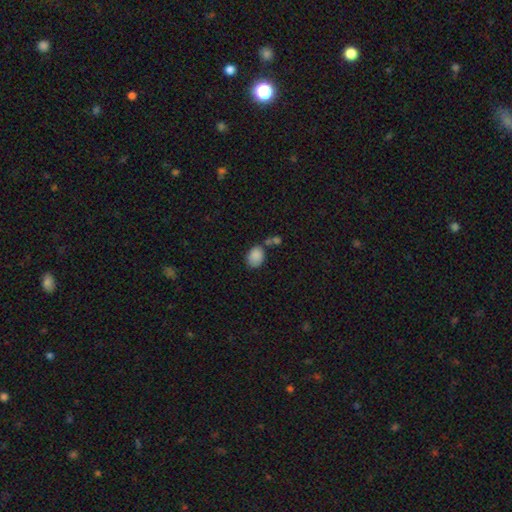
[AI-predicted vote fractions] Smooth or featured? Predicted: smooth (p=0.86). How rounded? Predicted: in between (p=0.70). Merging? Predicted: none (p=0.56).